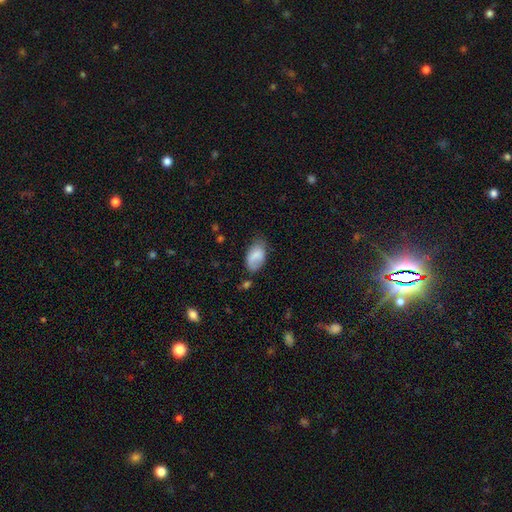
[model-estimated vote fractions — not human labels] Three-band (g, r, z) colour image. It shows a smooth galaxy with no disk features (76%) that is in between round and cigar-shaped (92%). Merging: none (54%).